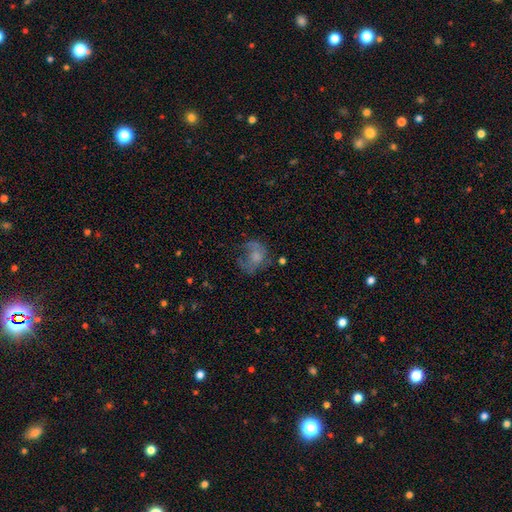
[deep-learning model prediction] Smooth or featured?
  - smooth: 50% *
  - featured or disk: 38%
  - star or artifact: 12%
How rounded?
  - round: 58% *
  - in between: 41%
  - cigar-shaped: 1%
Merging?
  - major disturbance: 38% *
  - none: 36%
  - minor disturbance: 23%
  - merger: 3%